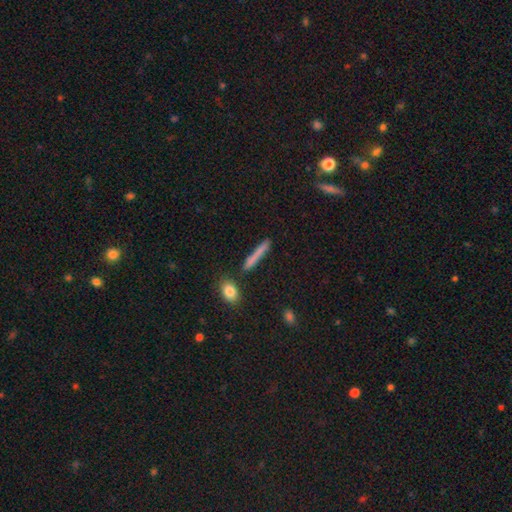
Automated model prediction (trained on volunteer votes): smooth-or-featured: smooth: 71% | featured or disk: 21% | star or artifact: 8%
  how-rounded: cigar-shaped: 92% | in between: 5% | round: 3%
  merging: none: 83% | minor disturbance: 10% | merger: 4% | major disturbance: 3%